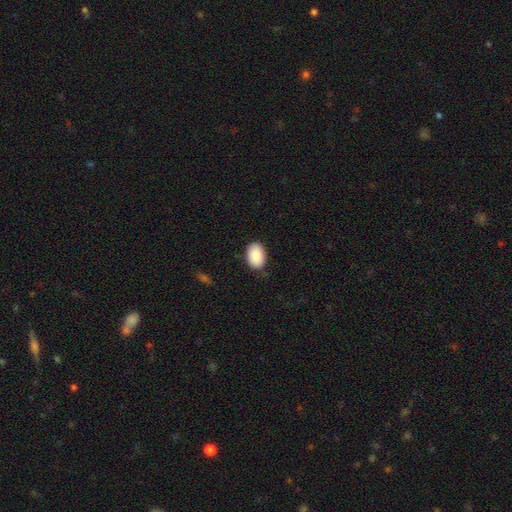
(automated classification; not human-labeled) Overall: smooth (90%). How rounded: in between (88%). Merging: none (82%).